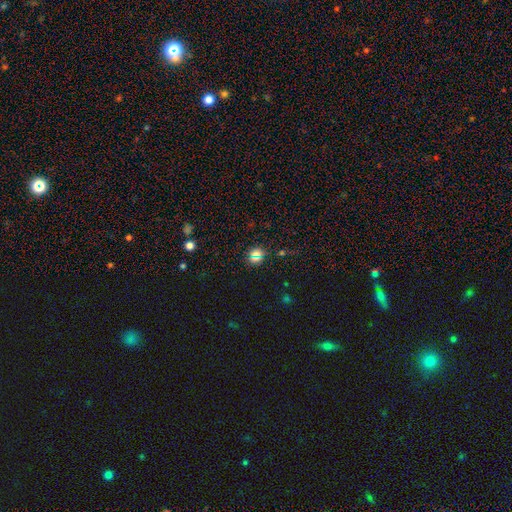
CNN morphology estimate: Q: Smooth or featured?
A: star or artifact (52%); runner-up: smooth (39%)